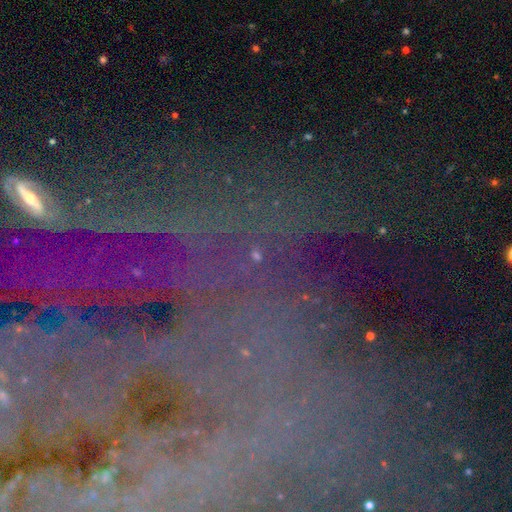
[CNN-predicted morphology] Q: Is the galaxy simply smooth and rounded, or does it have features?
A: star or artifact — 56%.